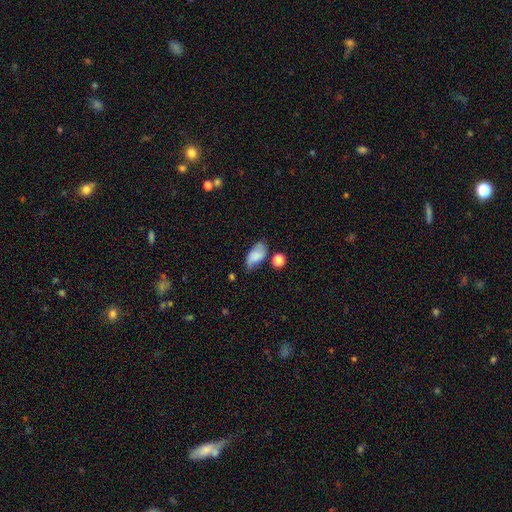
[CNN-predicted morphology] Smooth or featured? smooth (68%)
How rounded? in between (90%)
Merging? none (49%)